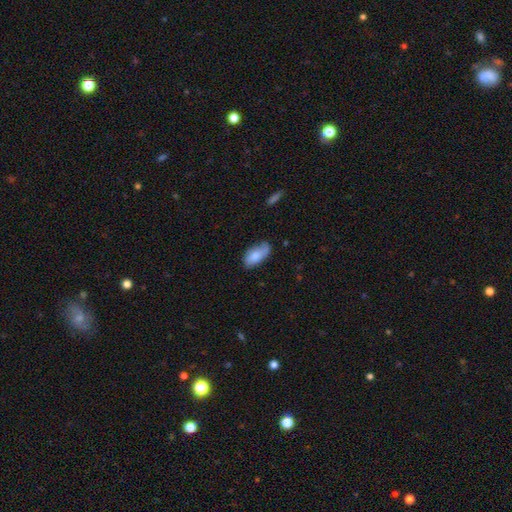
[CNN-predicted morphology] Smooth or featured?
  - smooth: 71% *
  - featured or disk: 22%
  - star or artifact: 6%
How rounded?
  - in between: 93% *
  - cigar-shaped: 4%
  - round: 3%
Merging?
  - none: 59% *
  - minor disturbance: 31%
  - major disturbance: 8%
  - merger: 2%